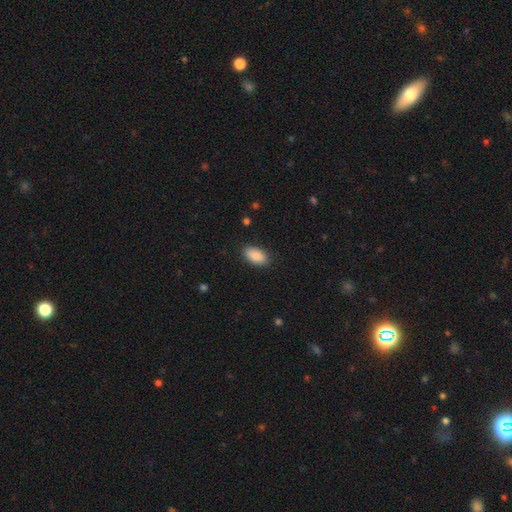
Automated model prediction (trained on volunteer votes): Q: Smooth or featured?
A: smooth (90%); runner-up: star or artifact (6%)
Q: How rounded?
A: in between (94%); runner-up: round (3%)
Q: Merging?
A: none (87%); runner-up: minor disturbance (10%)